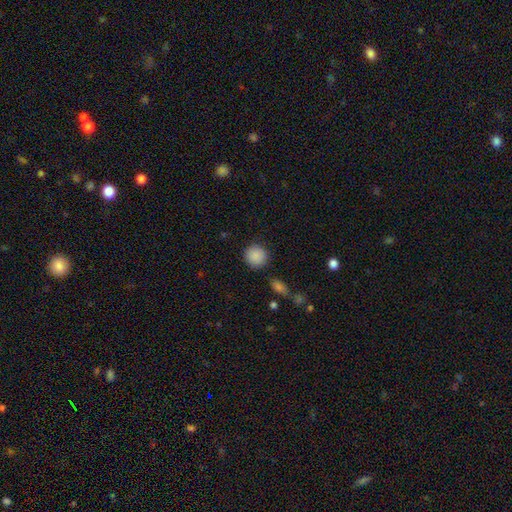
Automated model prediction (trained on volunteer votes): Smooth or featured?
  - smooth: 88% *
  - star or artifact: 8%
  - featured or disk: 3%
How rounded?
  - round: 92% *
  - in between: 7%
  - cigar-shaped: 1%
Merging?
  - none: 88% *
  - minor disturbance: 7%
  - major disturbance: 3%
  - merger: 2%